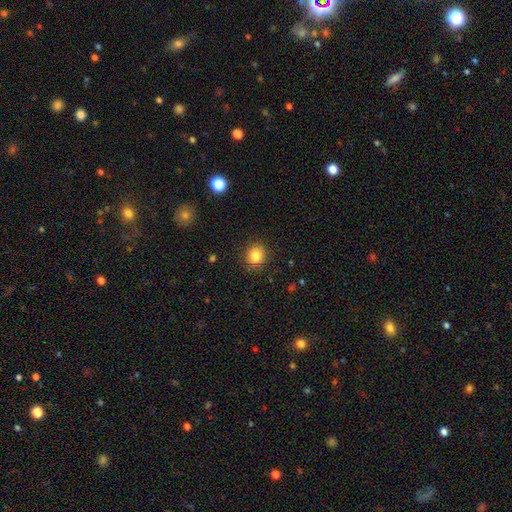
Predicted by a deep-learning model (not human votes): Smooth or featured?
  - smooth: 84% *
  - star or artifact: 10%
  - featured or disk: 6%
How rounded?
  - round: 80% *
  - in between: 19%
  - cigar-shaped: 1%
Merging?
  - none: 87% *
  - minor disturbance: 9%
  - major disturbance: 3%
  - merger: 1%